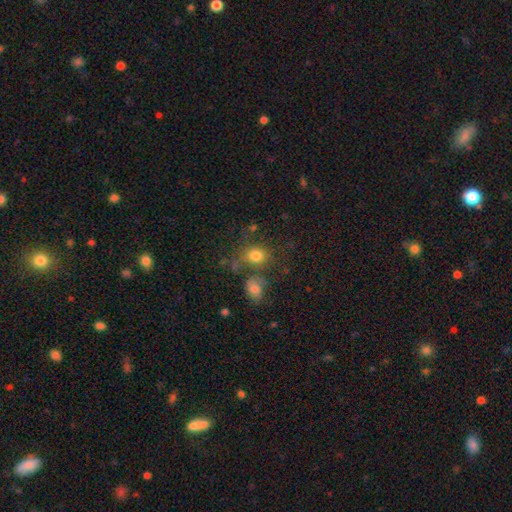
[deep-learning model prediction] A smooth galaxy with no disk features (78%) that is round (62%).

Vote fractions:
- Smooth or featured? smooth: 78% / star or artifact: 12% / featured or disk: 10%
- How rounded? round: 62% / in between: 37% / cigar-shaped: 1%
- Merging? none: 52% / merger: 24% / minor disturbance: 15% / major disturbance: 9%